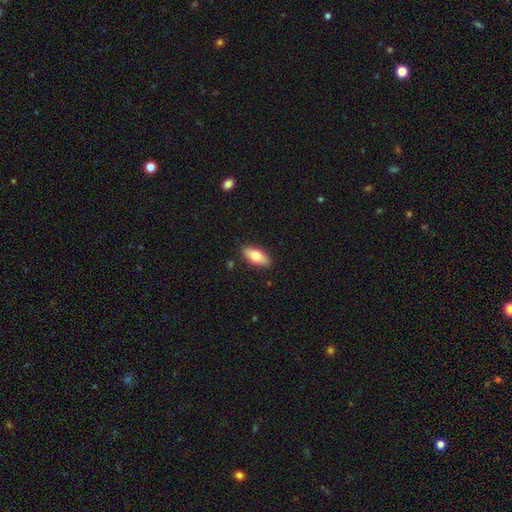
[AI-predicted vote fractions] Overall: smooth (70%). How rounded: in between (79%). Merging: none (88%).